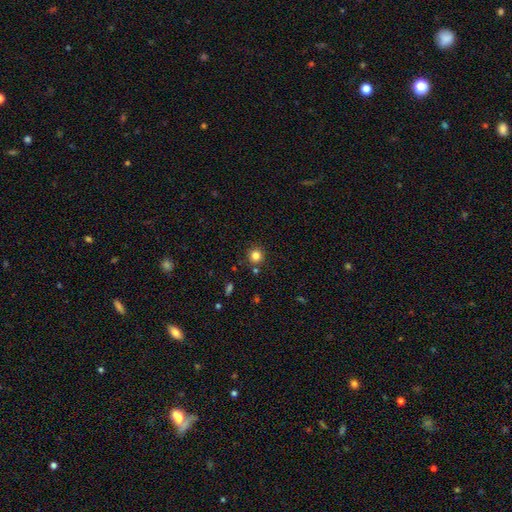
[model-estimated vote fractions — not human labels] Smooth or featured? Predicted: smooth (p=0.82). How rounded? Predicted: round (p=0.93). Merging? Predicted: none (p=0.85).